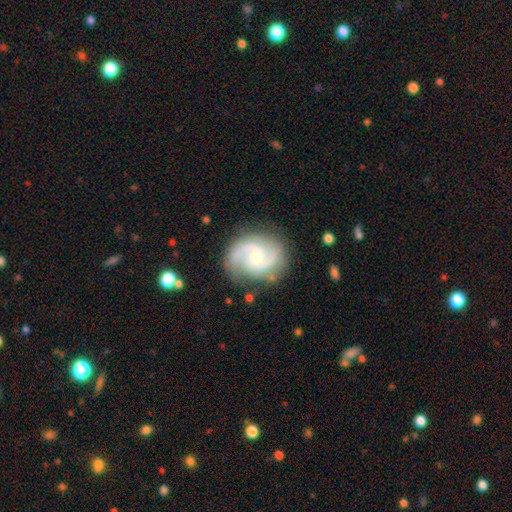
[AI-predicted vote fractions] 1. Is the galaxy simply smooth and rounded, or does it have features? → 89% featured or disk, 7% smooth, 5% star or artifact.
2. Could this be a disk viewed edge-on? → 98% no, 2% yes.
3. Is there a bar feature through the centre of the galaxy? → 55% no, 38% weak, 7% strong.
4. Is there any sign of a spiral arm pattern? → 97% yes, 3% no.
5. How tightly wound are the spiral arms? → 54% medium, 31% tight, 15% loose.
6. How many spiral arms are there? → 85% 2, 6% 3, 4% can't tell, 2% 1, 1% 4, 1% more than 4.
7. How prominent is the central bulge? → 54% small, 43% moderate, 1% large, 1% none, 1% dominant.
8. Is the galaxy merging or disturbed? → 81% none, 13% minor disturbance, 4% major disturbance, 1% merger.